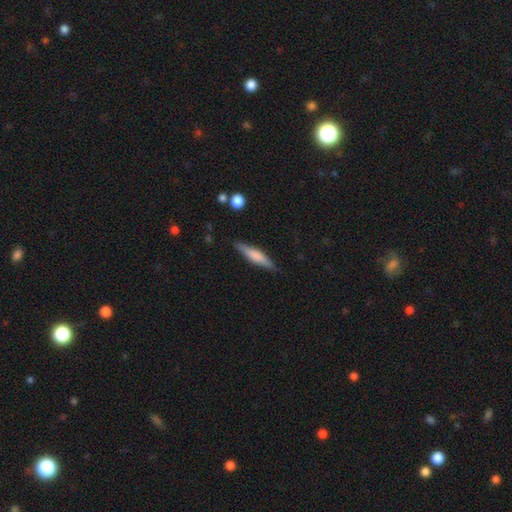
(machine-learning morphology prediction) This appears to be a smooth galaxy with no disk features (63%) that is cigar-shaped (84%). Merging: none (87%).